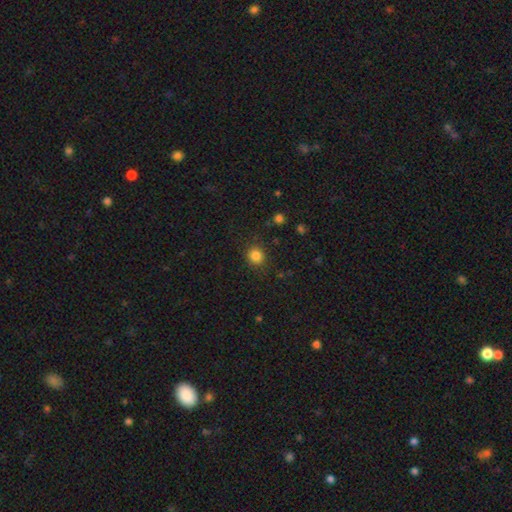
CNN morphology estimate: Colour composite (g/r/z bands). It shows a smooth galaxy with no disk features (84%) that is round (87%). Merging: none (87%).